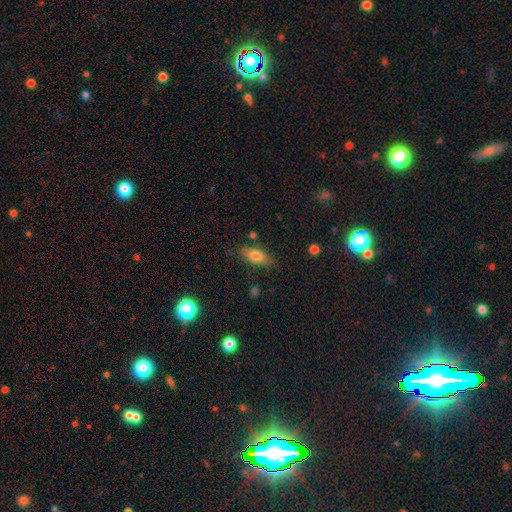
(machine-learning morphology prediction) type=smooth (76%); roundness=in between (81%); merging=none (80%).